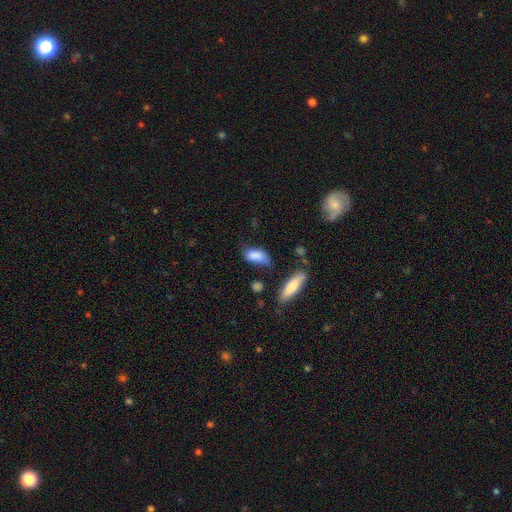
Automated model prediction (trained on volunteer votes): Smooth or featured?
  - smooth: 84% *
  - featured or disk: 8%
  - star or artifact: 8%
How rounded?
  - in between: 86% *
  - cigar-shaped: 10%
  - round: 4%
Merging?
  - none: 46% *
  - minor disturbance: 34%
  - major disturbance: 12%
  - merger: 7%